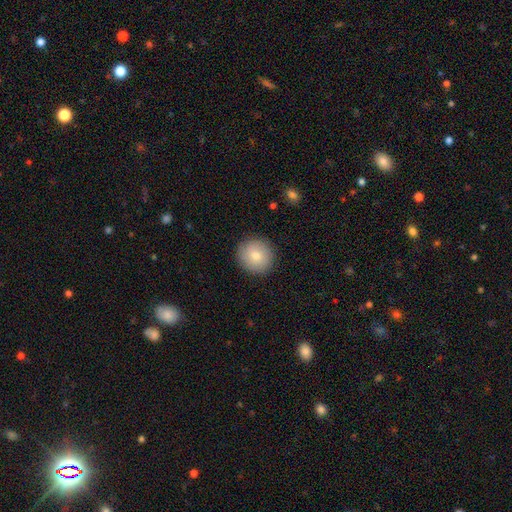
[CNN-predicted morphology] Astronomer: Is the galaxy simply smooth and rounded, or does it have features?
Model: smooth — 77%.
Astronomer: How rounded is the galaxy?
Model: round — 93%.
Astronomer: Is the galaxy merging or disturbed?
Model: none — 89%.